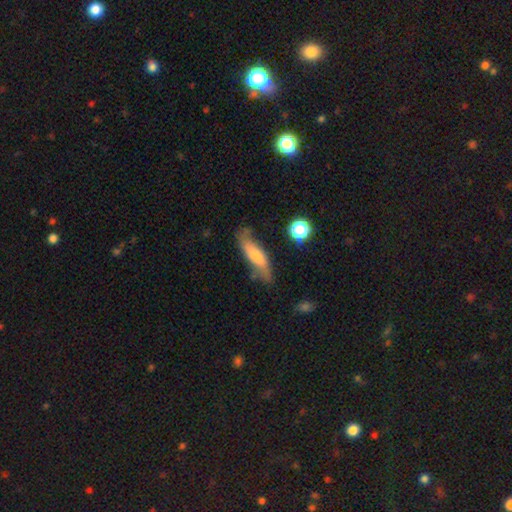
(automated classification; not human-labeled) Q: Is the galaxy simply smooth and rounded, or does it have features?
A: smooth — 60%.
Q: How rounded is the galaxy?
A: cigar-shaped — 62%.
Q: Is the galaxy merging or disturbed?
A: none — 63%.